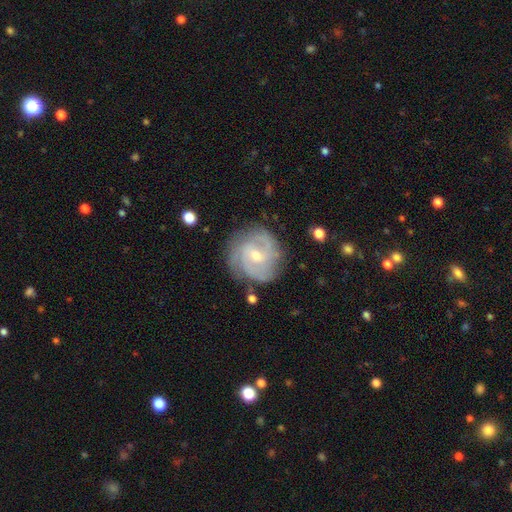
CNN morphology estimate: Smooth or featured? Predicted: featured or disk (p=0.84). Edge-on disk? Predicted: no (p=0.98). Bar? Predicted: no (p=0.49). Spiral arms? Predicted: yes (p=0.96). Spiral winding? Predicted: tight (p=0.56). Spiral arm count? Predicted: 3 (p=0.34). Bulge size? Predicted: small (p=0.54). Merging? Predicted: none (p=0.78).